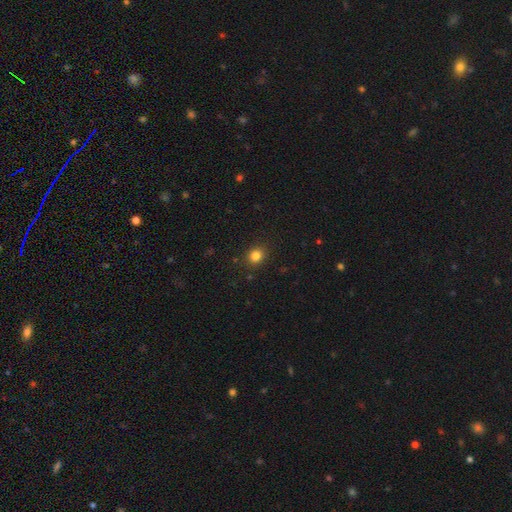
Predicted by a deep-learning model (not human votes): Q: Smooth or featured?
A: smooth (82%); runner-up: star or artifact (13%)
Q: How rounded?
A: round (73%); runner-up: in between (26%)
Q: Merging?
A: none (89%); runner-up: minor disturbance (8%)